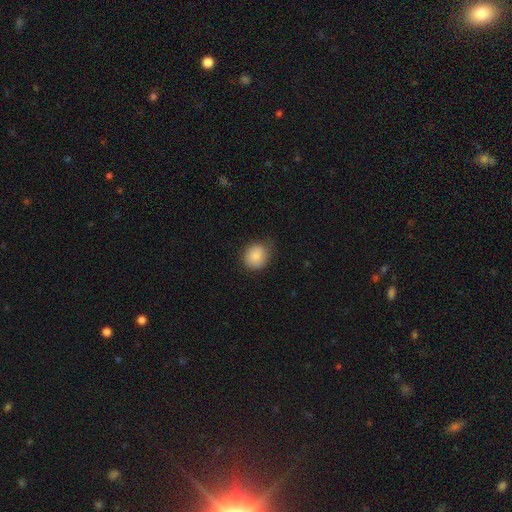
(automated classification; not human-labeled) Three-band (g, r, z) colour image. It shows a smooth galaxy with no disk features (85%) that is round (77%). Merging: none (70%).